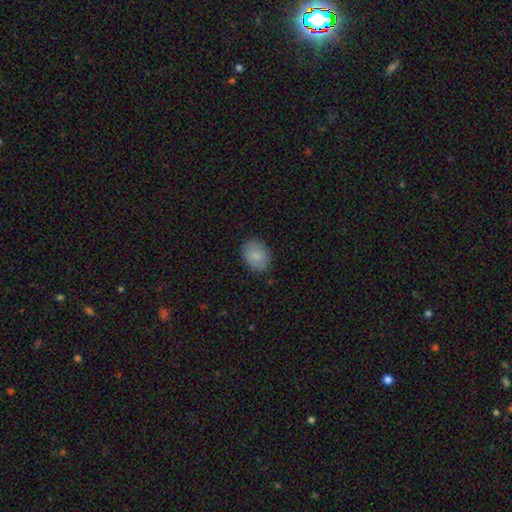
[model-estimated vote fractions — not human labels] The model was most divided on "how rounded": in between: 70%, round: 29%, cigar-shaped: 1%. More confident: smooth or featured — smooth (86%); merging — none (83%).